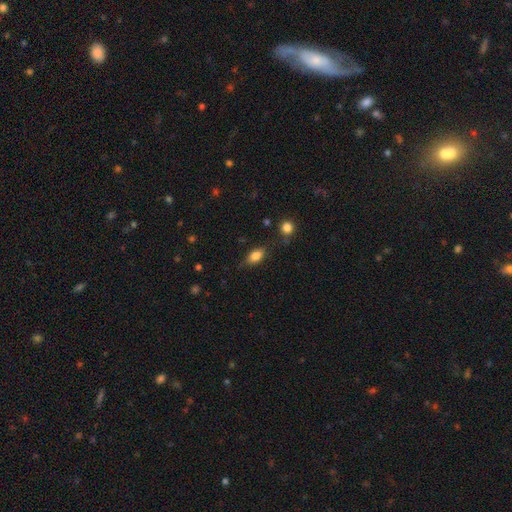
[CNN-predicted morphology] Overall: smooth (82%). How rounded: in between (85%). Merging: none (72%).